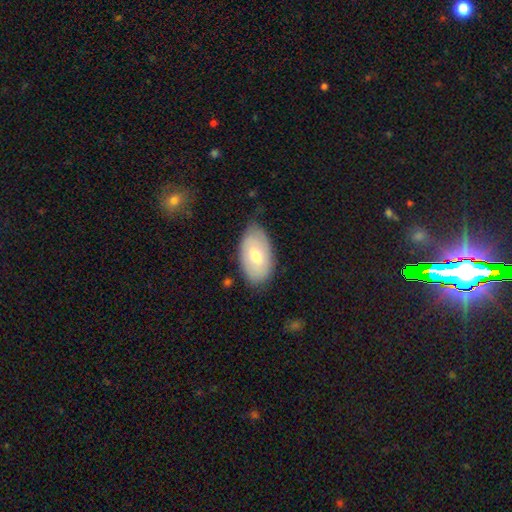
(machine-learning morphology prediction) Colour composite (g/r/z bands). It shows a smooth galaxy with no disk features (61%) that is in between round and cigar-shaped (94%). Merging: none (74%).